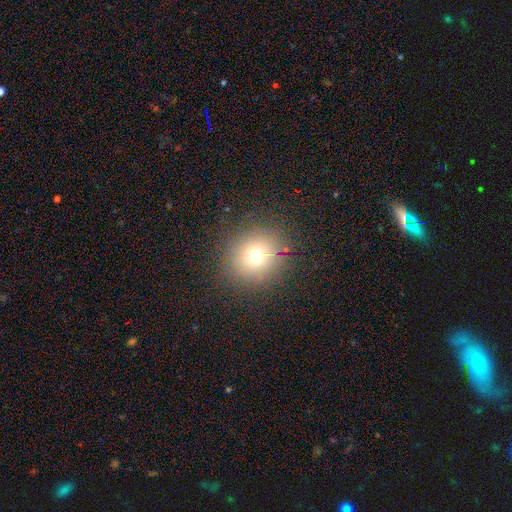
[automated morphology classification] smooth 70%, star or artifact 18%, featured or disk 11%. Down the decision tree: how rounded — round (87%); merging — none (87%).